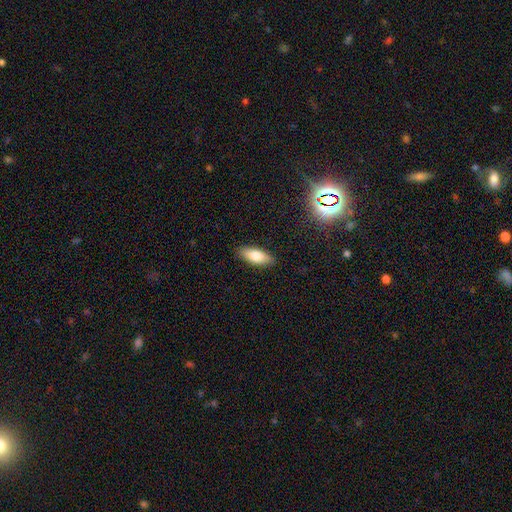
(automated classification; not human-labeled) A smooth galaxy with no disk features (75%) that is in between round and cigar-shaped (72%).

Vote fractions:
- Smooth or featured? smooth: 75% / featured or disk: 18% / star or artifact: 7%
- How rounded? in between: 72% / cigar-shaped: 25% / round: 2%
- Merging? none: 88% / minor disturbance: 9% / major disturbance: 2% / merger: 1%